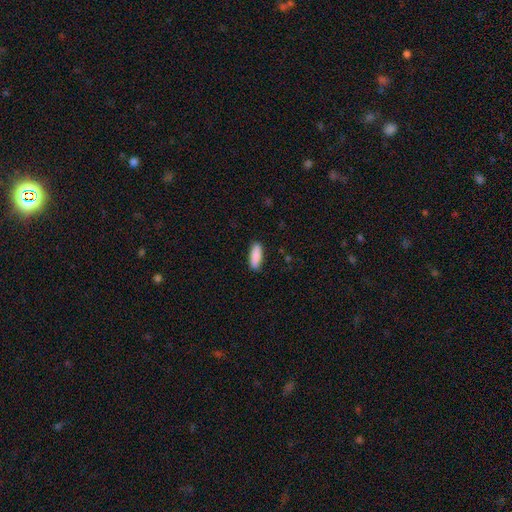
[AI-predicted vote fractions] Smooth or featured? Predicted: smooth (p=0.89). How rounded? Predicted: in between (p=0.65). Merging? Predicted: none (p=0.88).